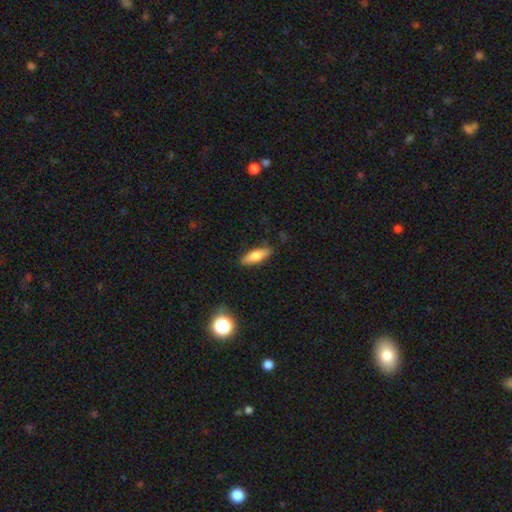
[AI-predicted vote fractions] A smooth galaxy with no disk features (69%) that is in between round and cigar-shaped (51%).

Vote fractions:
- Smooth or featured? smooth: 69% / featured or disk: 23% / star or artifact: 8%
- How rounded? in between: 51% / cigar-shaped: 46% / round: 2%
- Merging? none: 83% / minor disturbance: 13% / major disturbance: 3% / merger: 2%